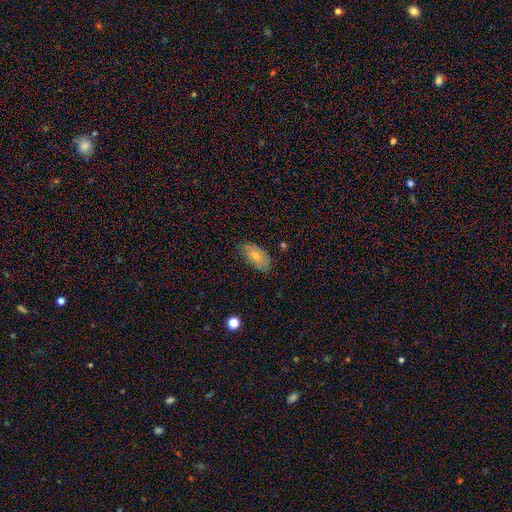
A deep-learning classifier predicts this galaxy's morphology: smooth-or-featured: smooth: 51% | featured or disk: 37% | star or artifact: 12%
  how-rounded: in between: 89% | round: 6% | cigar-shaped: 5%
  merging: none: 73% | minor disturbance: 21% | major disturbance: 4% | merger: 1%